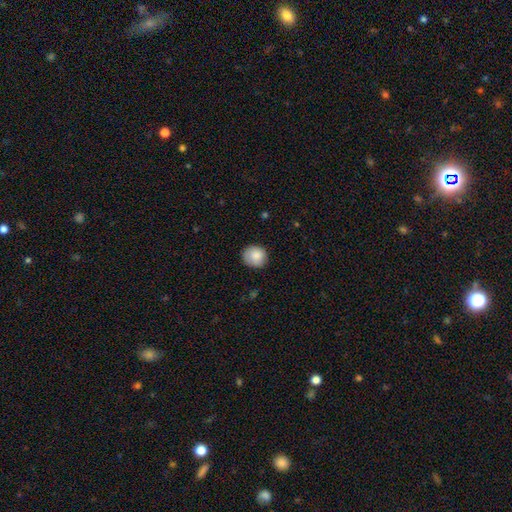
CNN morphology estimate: A smooth galaxy with no disk features (86%) that is round (84%). Merging: none (82%).